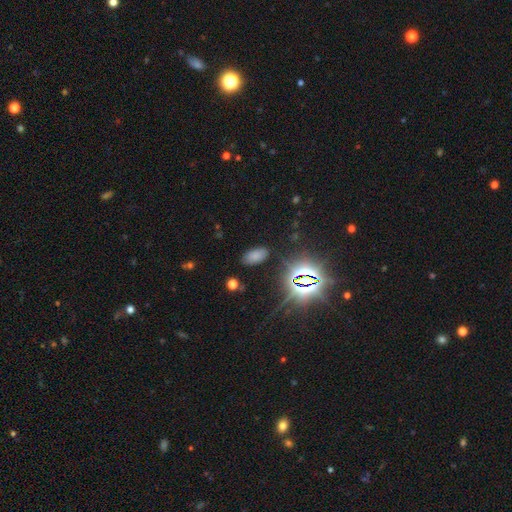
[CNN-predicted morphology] A smooth galaxy with no disk features (65%) that is in between round and cigar-shaped (93%). Merging: none (83%).